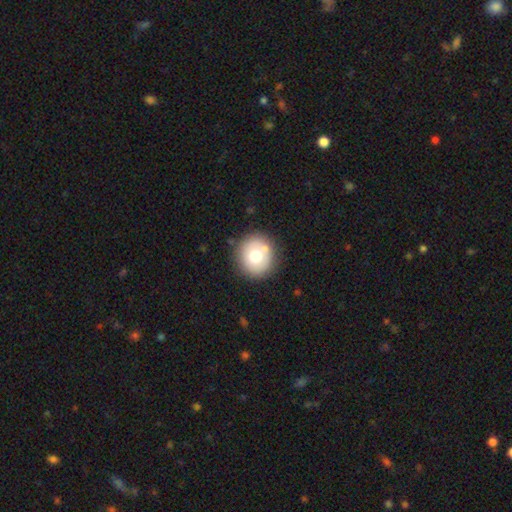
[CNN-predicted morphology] The model was most divided on "smooth or featured": smooth: 67%, featured or disk: 23%, star or artifact: 10%. More confident: how rounded — round (91%); merging — none (79%).